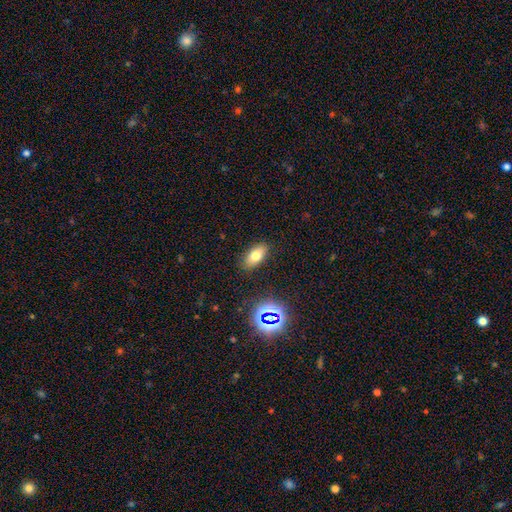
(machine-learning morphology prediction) This appears to be a smooth galaxy with no disk features (71%) that is in between round and cigar-shaped (86%). Merging: none (86%).